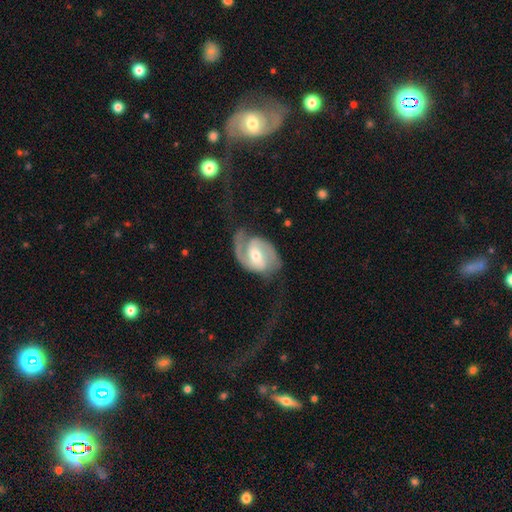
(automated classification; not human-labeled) Smooth or featured?
  - featured or disk: 86% *
  - smooth: 9%
  - star or artifact: 5%
Edge-on disk?
  - no: 97% *
  - yes: 3%
Bar?
  - weak: 45% *
  - strong: 29%
  - no: 26%
Spiral arms?
  - yes: 96% *
  - no: 4%
Spiral winding?
  - medium: 49% *
  - tight: 27%
  - loose: 24%
Spiral arm count?
  - 2: 83% *
  - 1: 8%
  - can't tell: 5%
  - 3: 2%
  - 4: 1%
  - more than 4: 1%
Bulge size?
  - moderate: 57% *
  - small: 38%
  - large: 3%
  - none: 1%
  - dominant: 1%
Merging?
  - none: 58% *
  - minor disturbance: 20%
  - major disturbance: 20%
  - merger: 2%